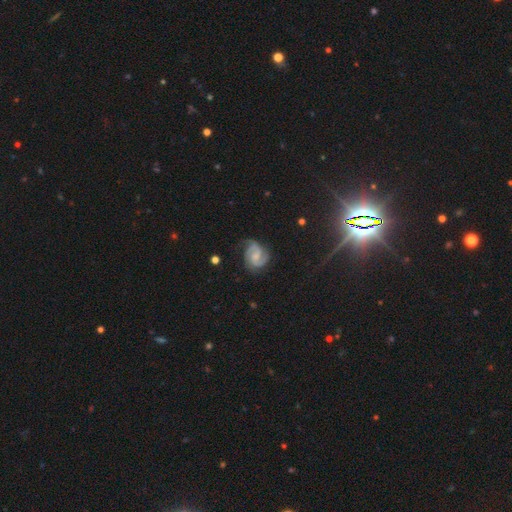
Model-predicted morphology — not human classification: A featured or disk galaxy (87%) with no bar (48%), 2 (74%) medium (49%) spiral arms (98%) and a small central bulge (49%).

Vote fractions:
- Smooth or featured? featured or disk: 87% / smooth: 7% / star or artifact: 6%
- Edge-on disk? no: 98% / yes: 2%
- Bar? no: 48% / weak: 42% / strong: 10%
- Spiral arms? yes: 98% / no: 2%
- Spiral winding? medium: 49% / tight: 40% / loose: 11%
- Spiral arm count? 2: 74% / 3: 16% / can't tell: 4% / 1: 2% / 4: 2% / more than 4: 2%
- Bulge size? small: 49% / moderate: 28% / none: 19% / large: 2% / dominant: 1%
- Merging? none: 70% / minor disturbance: 21% / major disturbance: 8% / merger: 2%